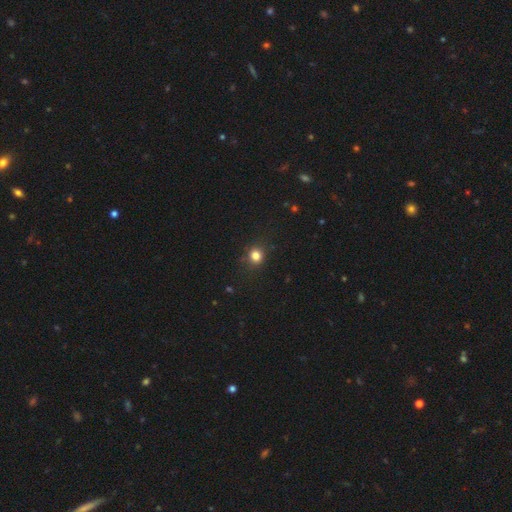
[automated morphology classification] Smooth or featured?
  - smooth: 82% *
  - star or artifact: 13%
  - featured or disk: 5%
How rounded?
  - round: 83% *
  - in between: 16%
  - cigar-shaped: 1%
Merging?
  - none: 86% *
  - minor disturbance: 10%
  - major disturbance: 3%
  - merger: 1%